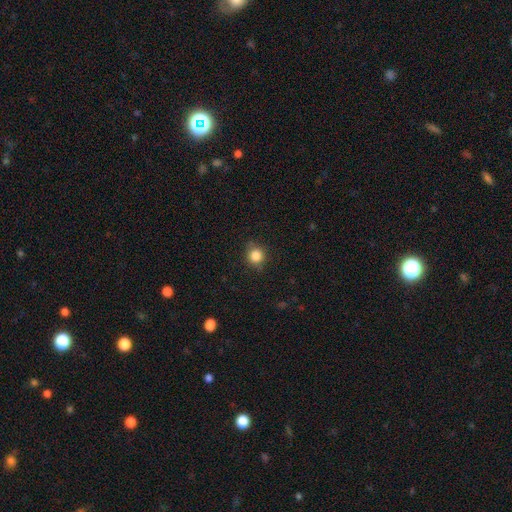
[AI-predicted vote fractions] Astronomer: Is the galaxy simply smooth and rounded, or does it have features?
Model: smooth — 84%.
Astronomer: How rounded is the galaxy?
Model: round — 86%.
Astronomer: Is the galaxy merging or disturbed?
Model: none — 82%.